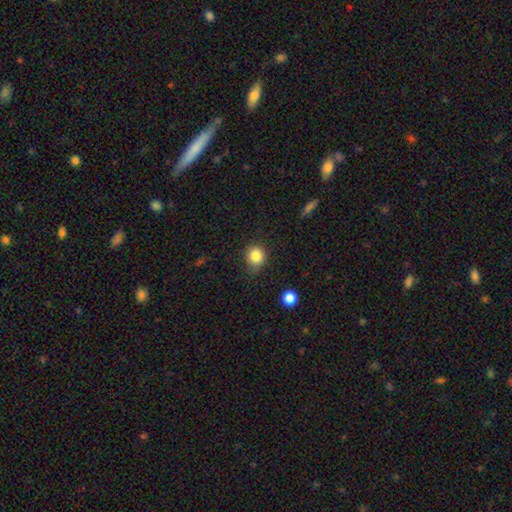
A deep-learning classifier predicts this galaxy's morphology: This is clearly a smooth galaxy (83%). How rounded: likely round (80%). Merging: likely none (71%).